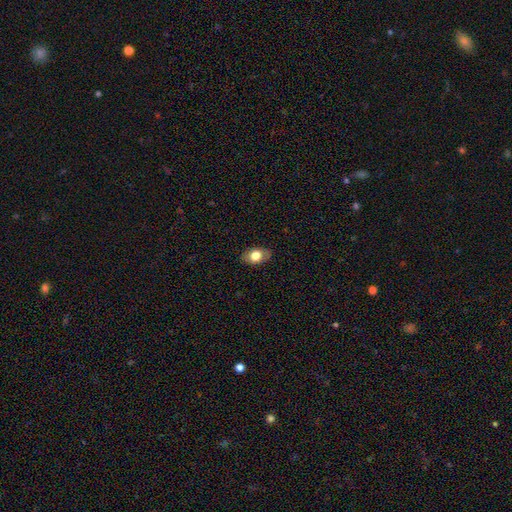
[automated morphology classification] smooth 76%, featured or disk 17%, star or artifact 7%. Down the decision tree: how rounded — in between (86%); merging — none (85%).